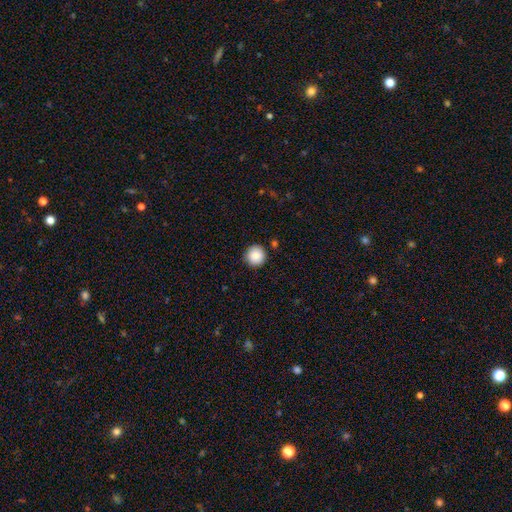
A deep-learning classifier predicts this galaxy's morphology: Smooth or featured? Predicted: smooth (p=0.88). How rounded? Predicted: round (p=0.95). Merging? Predicted: none (p=0.90).